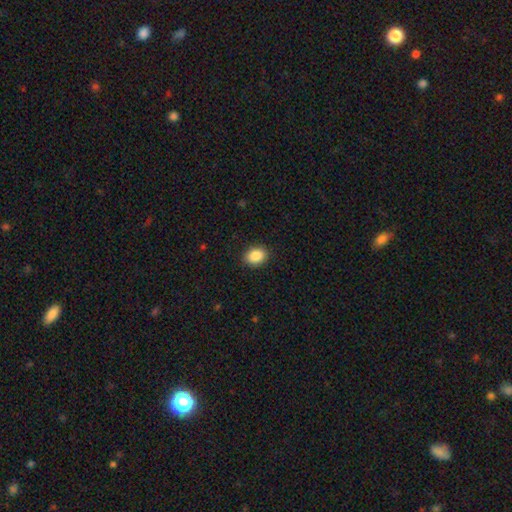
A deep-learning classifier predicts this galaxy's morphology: smooth 89%, star or artifact 8%, featured or disk 4%. Down the decision tree: how rounded — in between (62%); merging — none (89%).